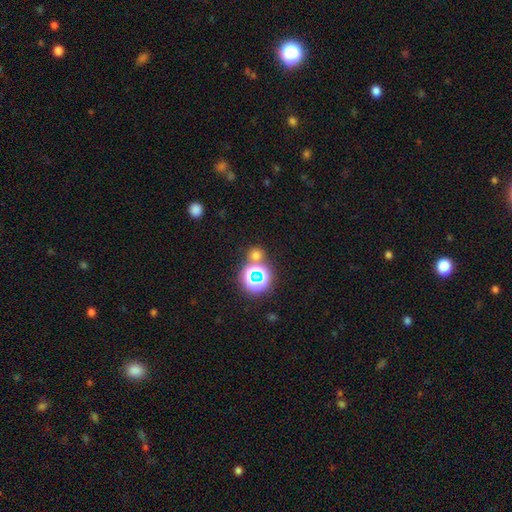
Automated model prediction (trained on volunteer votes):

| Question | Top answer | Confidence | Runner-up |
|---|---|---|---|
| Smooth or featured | smooth | 57% | star or artifact (37%) |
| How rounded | round | 87% | in between (11%) |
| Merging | none | 71% | merger (18%) |